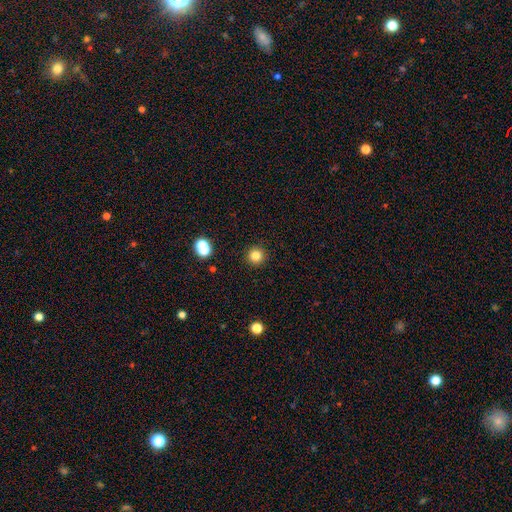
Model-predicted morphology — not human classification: smooth 82%, star or artifact 13%, featured or disk 6%. Down the decision tree: how rounded — round (95%); merging — none (91%).